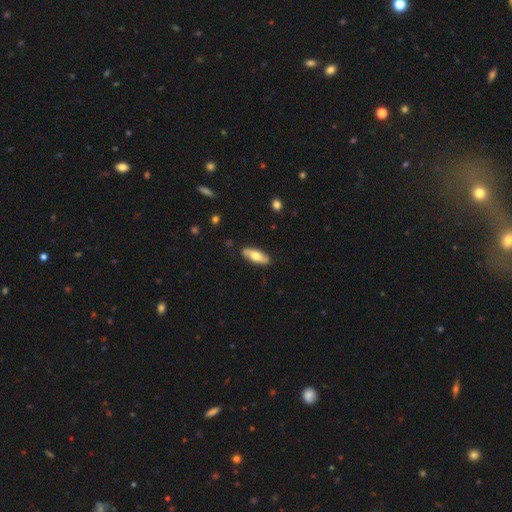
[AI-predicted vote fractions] smooth_or_featured: smooth (p=0.63) [alt: featured or disk p=0.32]
how_rounded: in between (p=0.71) [alt: cigar-shaped p=0.26]
merging: none (p=0.87) [alt: minor disturbance p=0.10]